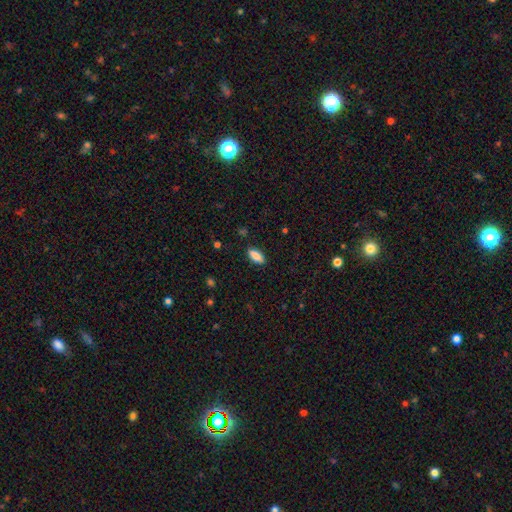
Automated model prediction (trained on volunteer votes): The model was most divided on "how rounded": in between: 84%, cigar-shaped: 14%, round: 2%. More confident: merging — none (87%); smooth or featured — smooth (86%).